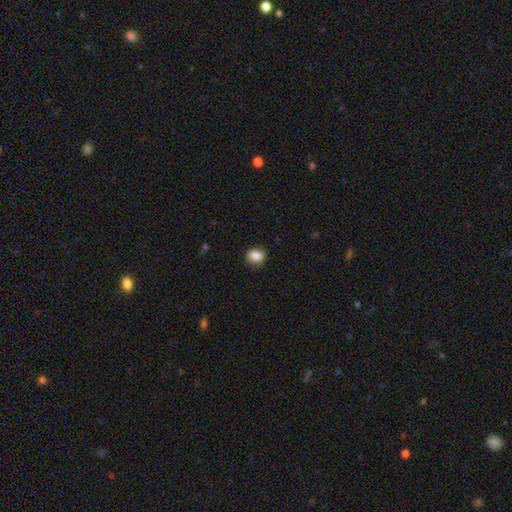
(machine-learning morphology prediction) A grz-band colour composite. It shows a smooth galaxy with no disk features (85%) that is round (55%). Merging: none (79%).